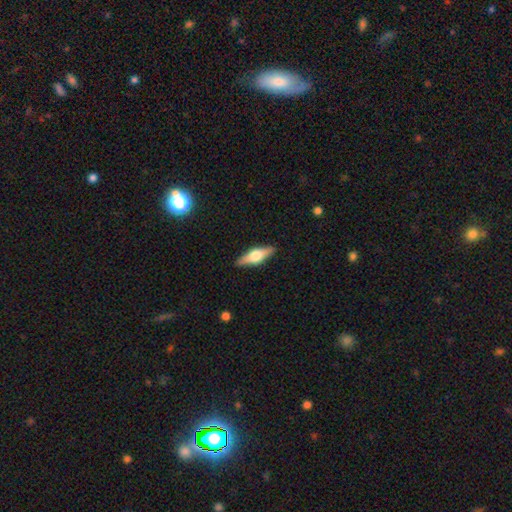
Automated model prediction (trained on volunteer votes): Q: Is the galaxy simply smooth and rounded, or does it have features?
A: featured or disk — 55%.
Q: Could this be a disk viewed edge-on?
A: yes — 94%.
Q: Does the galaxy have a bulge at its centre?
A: rounded — 92%.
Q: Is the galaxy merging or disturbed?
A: none — 89%.